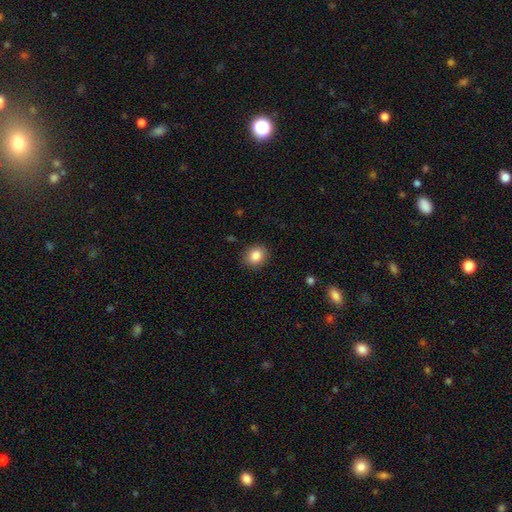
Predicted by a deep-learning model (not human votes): smooth-or-featured: smooth: 86% | star or artifact: 9% | featured or disk: 5%
  how-rounded: round: 69% | in between: 30% | cigar-shaped: 1%
  merging: none: 89% | minor disturbance: 8% | major disturbance: 2% | merger: 1%